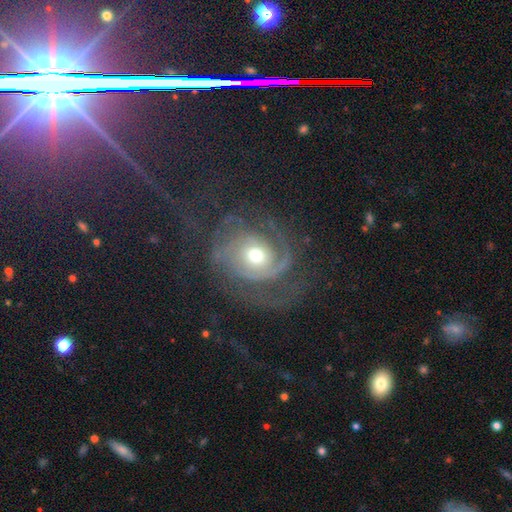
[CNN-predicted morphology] Smooth or featured?
  - featured or disk: 84% *
  - smooth: 10%
  - star or artifact: 7%
Edge-on disk?
  - no: 97% *
  - yes: 3%
Bar?
  - no: 76% *
  - weak: 19%
  - strong: 5%
Spiral arms?
  - yes: 93% *
  - no: 7%
Spiral winding?
  - tight: 49% *
  - medium: 35%
  - loose: 16%
Spiral arm count?
  - 2: 34% *
  - can't tell: 23%
  - 3: 16%
  - 1: 15%
  - 4: 6%
  - more than 4: 5%
Bulge size?
  - moderate: 62% *
  - small: 27%
  - large: 8%
  - dominant: 1%
  - none: 1%
Merging?
  - none: 58% *
  - major disturbance: 23%
  - minor disturbance: 17%
  - merger: 2%